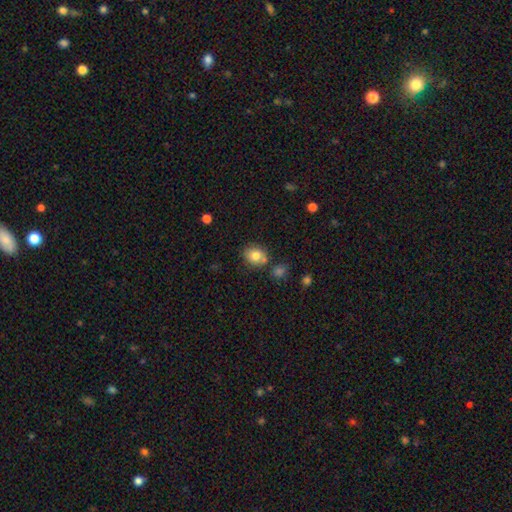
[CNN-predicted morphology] A smooth galaxy with no disk features (79%) that is round (69%). Merging: none (71%).